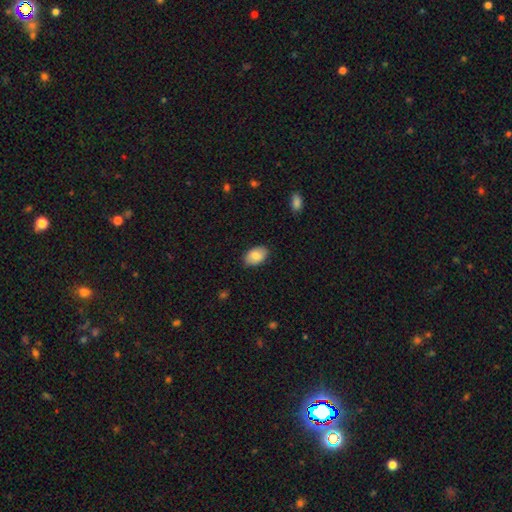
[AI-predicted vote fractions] This is clearly a smooth galaxy (82%). How rounded: clearly in between (90%). Merging: clearly none (86%).